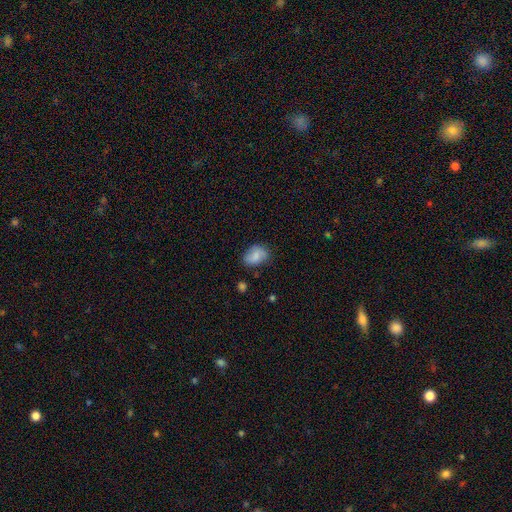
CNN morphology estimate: This is likely a smooth galaxy (74%). How rounded: likely in between (75%). Merging: likely none (65%).